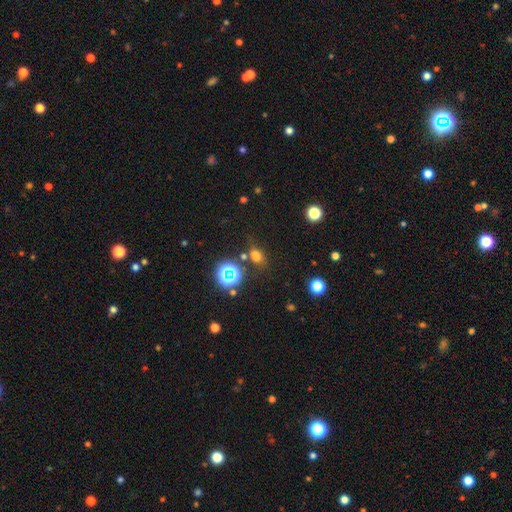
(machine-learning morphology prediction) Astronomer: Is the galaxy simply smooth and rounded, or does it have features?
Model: smooth — 64%.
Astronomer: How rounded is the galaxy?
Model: in between — 61%.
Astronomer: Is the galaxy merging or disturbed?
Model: none — 70%.